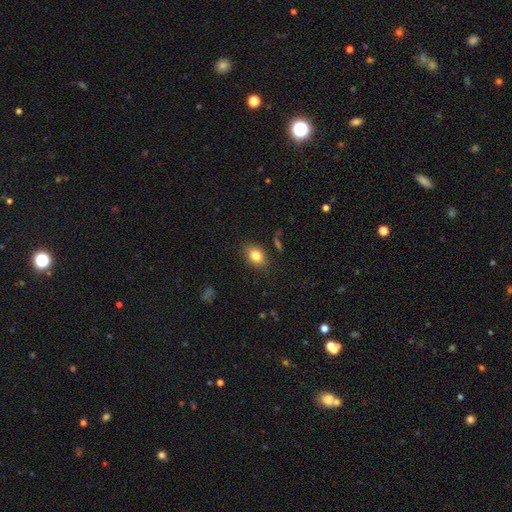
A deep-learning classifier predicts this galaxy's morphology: A smooth galaxy with no disk features (82%) that is in between round and cigar-shaped (68%). Merging: none (84%).